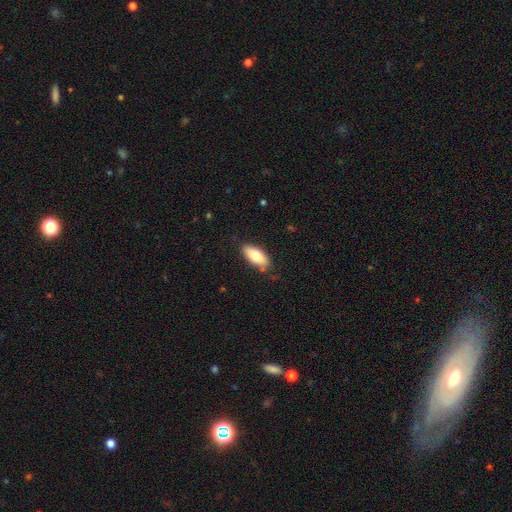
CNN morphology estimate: A smooth galaxy with no disk features (75%) that is in between round and cigar-shaped (85%).

Vote fractions:
- Smooth or featured? smooth: 75% / featured or disk: 18% / star or artifact: 7%
- How rounded? in between: 85% / cigar-shaped: 13% / round: 2%
- Merging? none: 81% / minor disturbance: 15% / major disturbance: 3% / merger: 2%